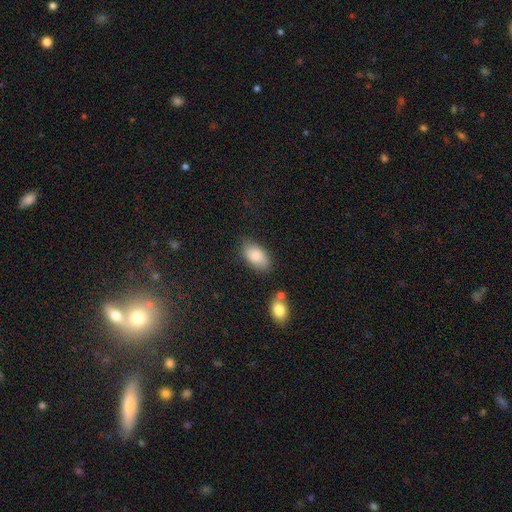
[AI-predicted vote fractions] Q: Smooth or featured?
A: smooth (85%); runner-up: featured or disk (8%)
Q: How rounded?
A: in between (93%); runner-up: round (5%)
Q: Merging?
A: none (73%); runner-up: minor disturbance (19%)